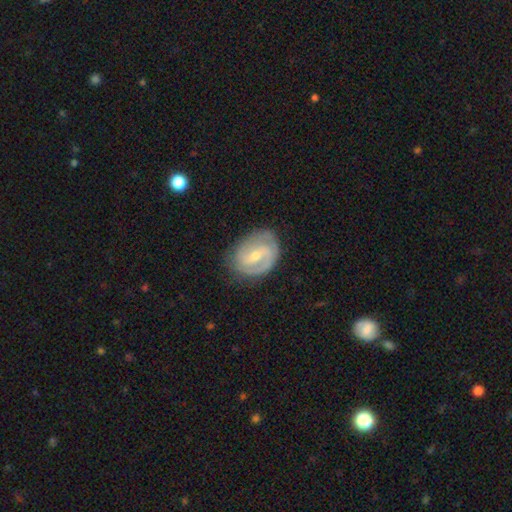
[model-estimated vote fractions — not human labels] A featured or disk galaxy (80%) with a weak bar (51%), 2 (76%) tight (45%) spiral arms (91%) and a small central bulge (51%).

Vote fractions:
- Smooth or featured? featured or disk: 80% / smooth: 14% / star or artifact: 5%
- Edge-on disk? no: 97% / yes: 3%
- Bar? weak: 51% / strong: 25% / no: 24%
- Spiral arms? yes: 91% / no: 9%
- Spiral winding? tight: 45% / medium: 41% / loose: 13%
- Spiral arm count? 2: 76% / can't tell: 11% / 1: 7% / 3: 3% / 4: 1% / more than 4: 1%
- Bulge size? small: 51% / moderate: 45% / none: 2% / large: 2% / dominant: 1%
- Merging? none: 76% / minor disturbance: 17% / major disturbance: 5% / merger: 1%